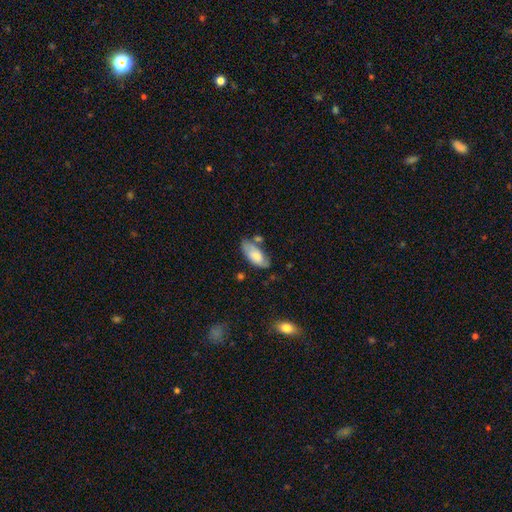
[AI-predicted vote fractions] Q: Smooth or featured?
A: smooth (67%); runner-up: featured or disk (27%)
Q: How rounded?
A: in between (89%); runner-up: cigar-shaped (9%)
Q: Merging?
A: none (54%); runner-up: minor disturbance (27%)